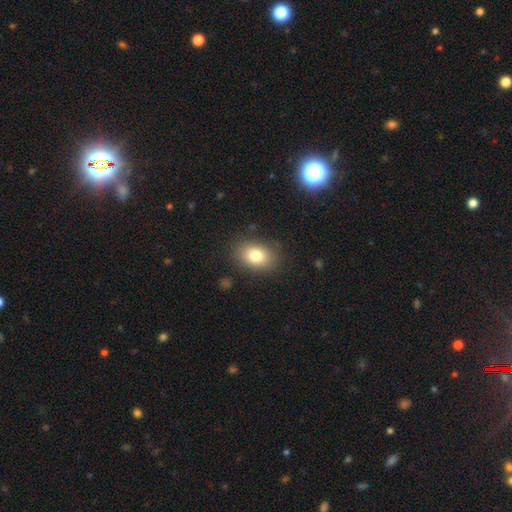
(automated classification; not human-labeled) Smooth or featured?
  - smooth: 80% *
  - featured or disk: 11%
  - star or artifact: 9%
How rounded?
  - in between: 76% *
  - round: 23%
  - cigar-shaped: 1%
Merging?
  - none: 84% *
  - minor disturbance: 11%
  - major disturbance: 4%
  - merger: 1%